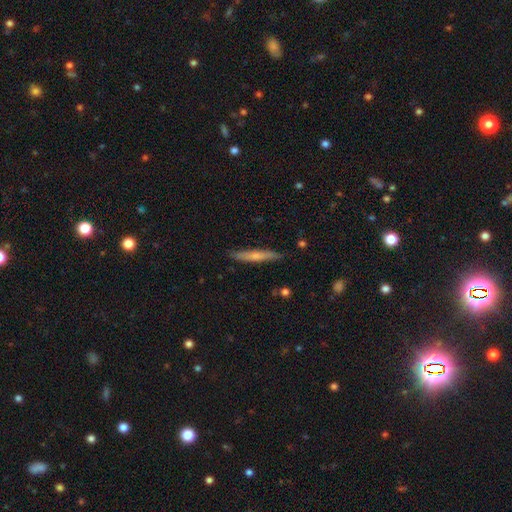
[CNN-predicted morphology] smooth_or_featured: smooth (p=0.55) [alt: featured or disk p=0.39]
how_rounded: cigar-shaped (p=0.94) [alt: in between p=0.05]
merging: none (p=0.88) [alt: minor disturbance p=0.10]